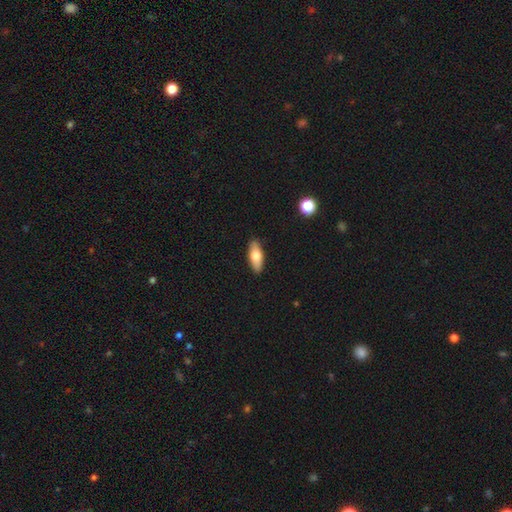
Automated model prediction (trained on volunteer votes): The model was most divided on "smooth or featured": smooth: 68%, featured or disk: 26%, star or artifact: 6%. More confident: merging — none (90%); how rounded — in between (71%).